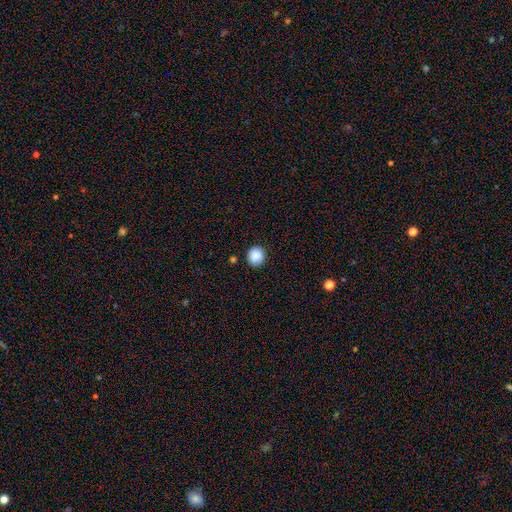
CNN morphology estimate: smooth-or-featured: smooth: 88% | star or artifact: 8% | featured or disk: 3%
  how-rounded: round: 87% | in between: 12% | cigar-shaped: 1%
  merging: none: 88% | minor disturbance: 8% | major disturbance: 2% | merger: 2%